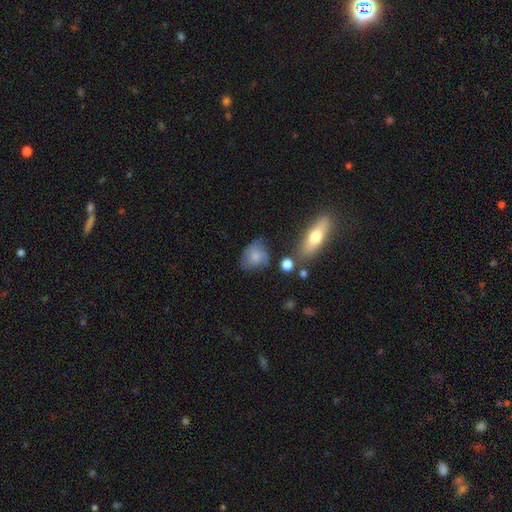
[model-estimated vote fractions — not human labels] Smooth or featured: smooth — 74% (featured or disk — 17%)
How rounded: round — 59% (in between — 38%)
Merging: none — 55% (minor disturbance — 29%)